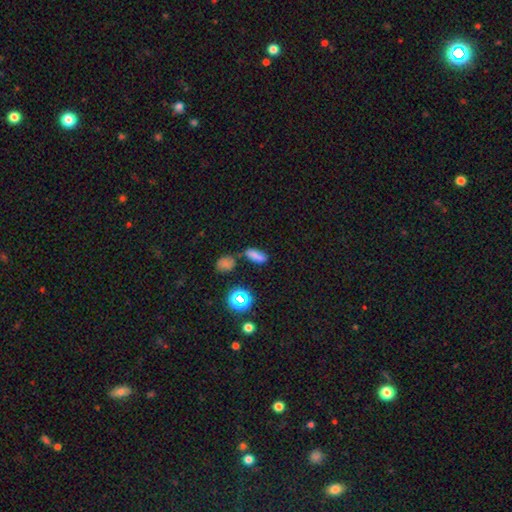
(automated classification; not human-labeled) A smooth galaxy with no disk features (70%) that is in between round and cigar-shaped (63%). Merging: none (57%).